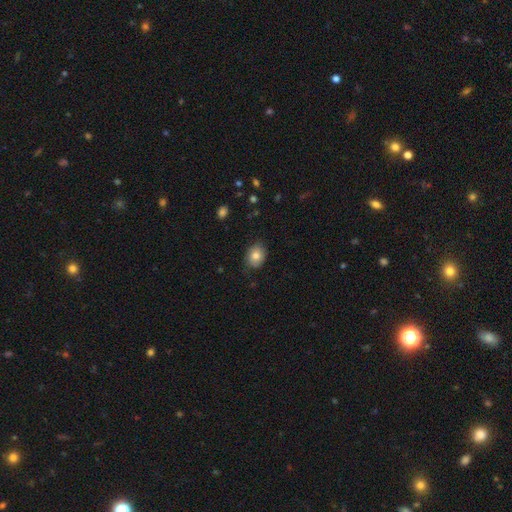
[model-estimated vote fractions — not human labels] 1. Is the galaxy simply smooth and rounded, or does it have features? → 79% smooth, 12% featured or disk, 8% star or artifact.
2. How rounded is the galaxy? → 61% in between, 38% round, 1% cigar-shaped.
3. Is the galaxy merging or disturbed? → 80% none, 16% minor disturbance, 3% major disturbance, 1% merger.